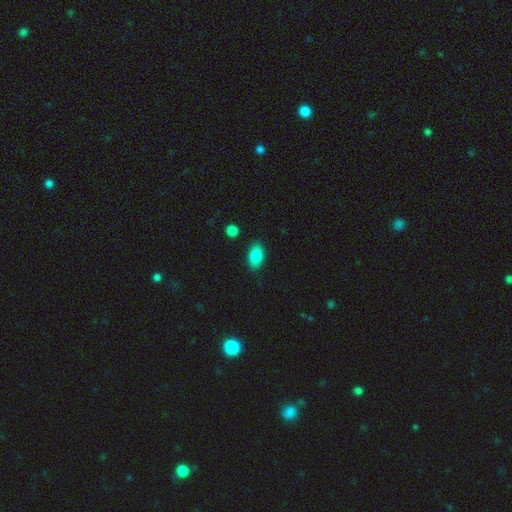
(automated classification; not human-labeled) A smooth galaxy with no disk features (84%) that is in between round and cigar-shaped (91%). Merging: none (86%).